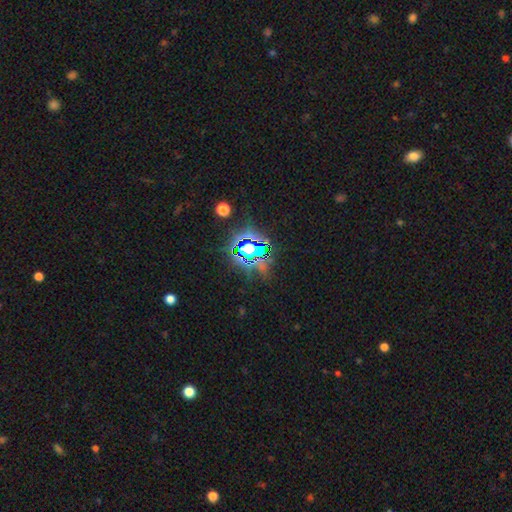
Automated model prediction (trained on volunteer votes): Smooth or featured: star or artifact — 80% (smooth — 12%)